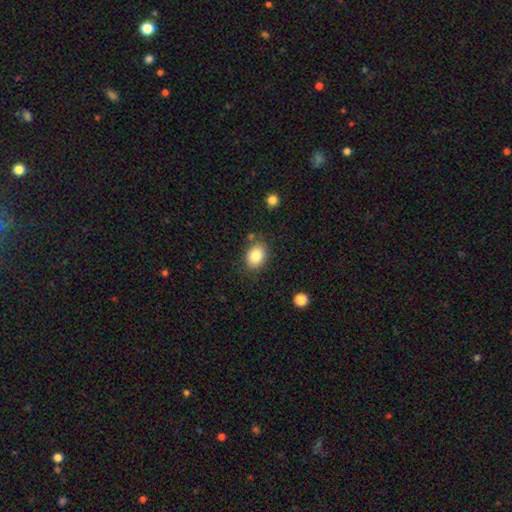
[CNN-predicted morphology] Q: Smooth or featured?
A: smooth (84%); runner-up: star or artifact (9%)
Q: How rounded?
A: in between (65%); runner-up: round (34%)
Q: Merging?
A: none (80%); runner-up: minor disturbance (13%)